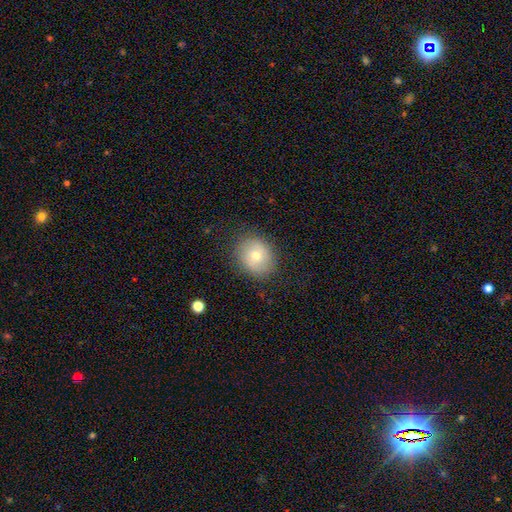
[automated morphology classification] Smooth or featured? Predicted: smooth (p=0.69). How rounded? Predicted: round (p=0.65). Merging? Predicted: none (p=0.85).